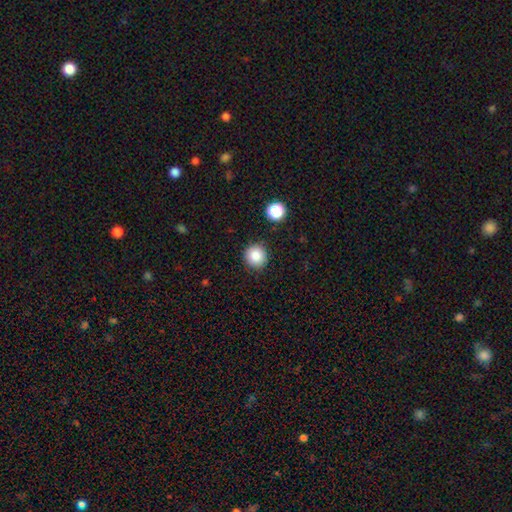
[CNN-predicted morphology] Smooth or featured?
  - smooth: 85% *
  - star or artifact: 10%
  - featured or disk: 5%
How rounded?
  - round: 93% *
  - in between: 6%
  - cigar-shaped: 1%
Merging?
  - none: 89% *
  - minor disturbance: 7%
  - major disturbance: 2%
  - merger: 2%